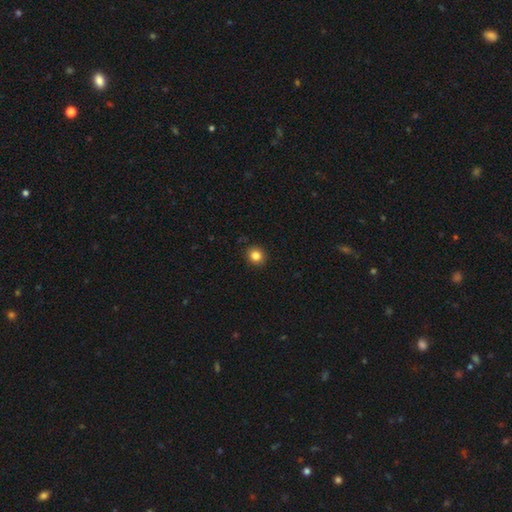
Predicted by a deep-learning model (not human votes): Morphology: type=smooth (84%); roundness=round (84%); merging=none (91%).